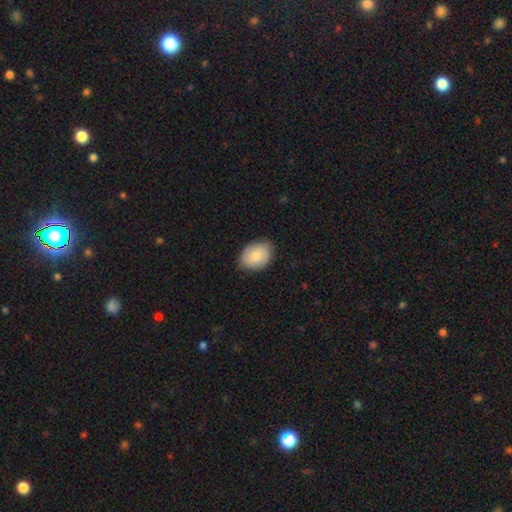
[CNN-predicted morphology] Smooth or featured: smooth — 76% (featured or disk — 17%)
How rounded: in between — 71% (round — 28%)
Merging: none — 82% (minor disturbance — 15%)